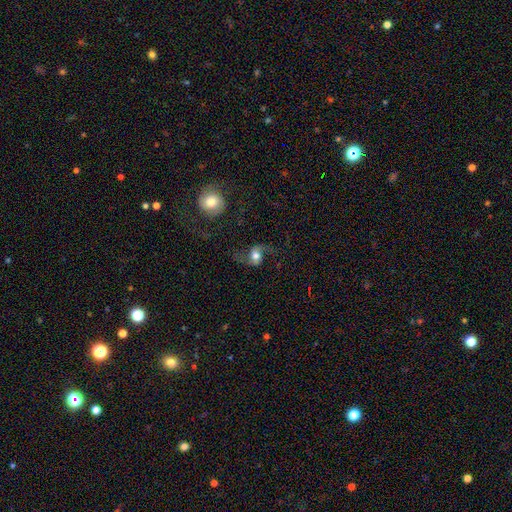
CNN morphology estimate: type=featured or disk (64%); edge-on=no (95%); bar=no (53%); spiral arms=yes (91%); winding=loose (84%); arm count=2 (91%); bulge=moderate (53%); merging=none (59%).